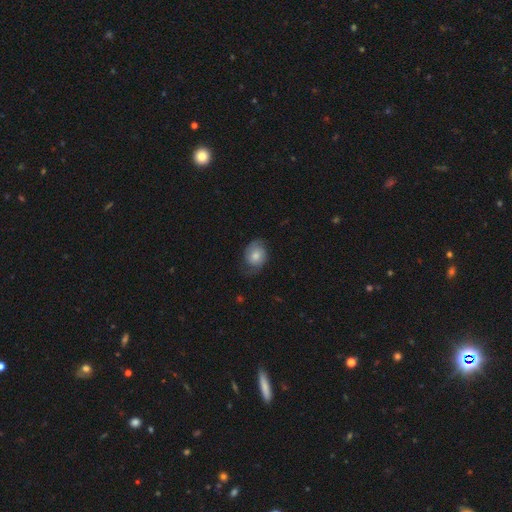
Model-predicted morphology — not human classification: Smooth or featured? Predicted: smooth (p=0.62). How rounded? Predicted: round (p=0.50). Merging? Predicted: none (p=0.57).